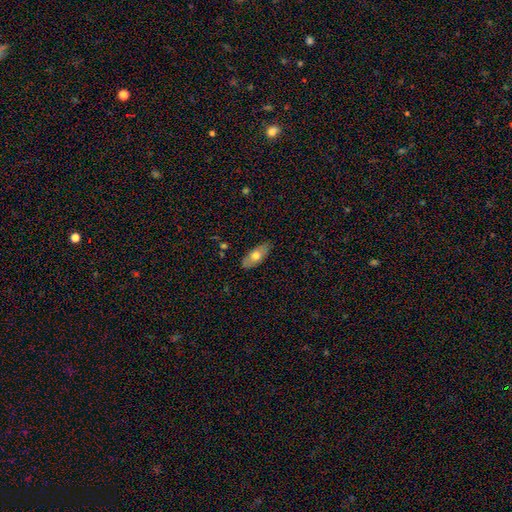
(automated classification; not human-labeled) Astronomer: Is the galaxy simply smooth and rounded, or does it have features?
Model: smooth — 66%.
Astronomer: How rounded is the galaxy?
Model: in between — 85%.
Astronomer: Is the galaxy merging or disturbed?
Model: none — 85%.